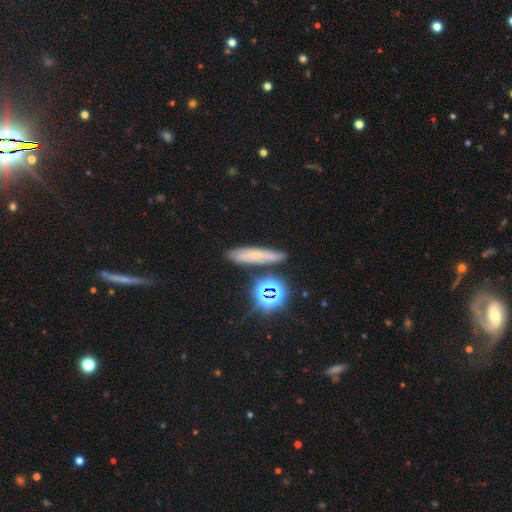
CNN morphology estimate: Q: Smooth or featured?
A: smooth (51%); runner-up: star or artifact (27%)
Q: How rounded?
A: cigar-shaped (62%); runner-up: in between (21%)
Q: Merging?
A: none (78%); runner-up: minor disturbance (12%)